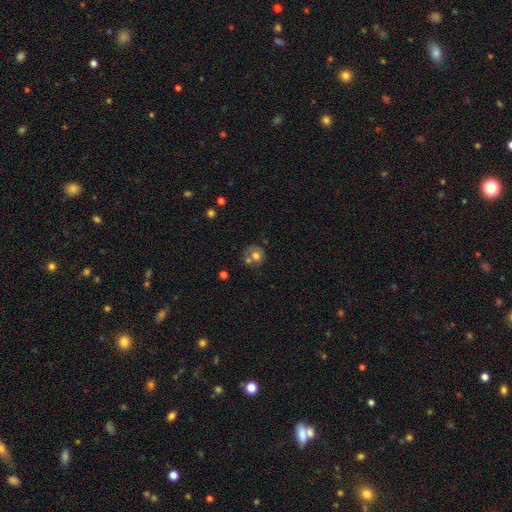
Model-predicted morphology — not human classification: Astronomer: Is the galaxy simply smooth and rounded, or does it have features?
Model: smooth — 61%.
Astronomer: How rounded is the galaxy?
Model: round — 76%.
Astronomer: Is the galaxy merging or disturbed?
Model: none — 41% (runner-up: merger, 35%).